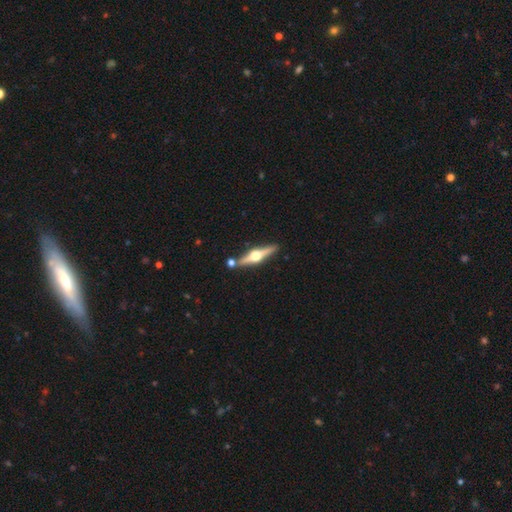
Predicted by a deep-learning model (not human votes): Smooth or featured? featured or disk (80%)
Edge-on disk? yes (98%)
Edge-on bulge? rounded (97%)
Merging? none (84%)